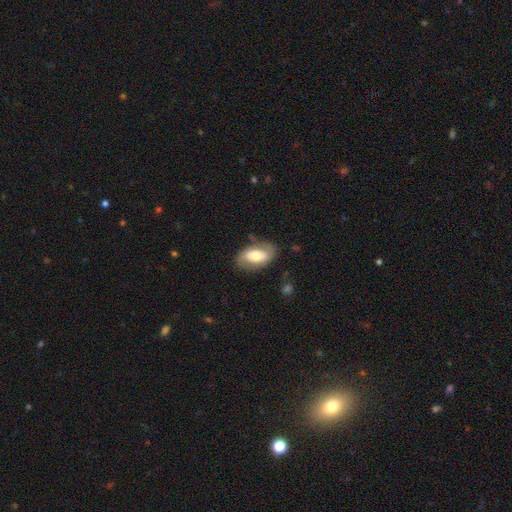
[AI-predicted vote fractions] The model was most divided on "smooth or featured": smooth: 51%, featured or disk: 43%, star or artifact: 6%. More confident: how rounded — in between (91%); merging — none (73%).